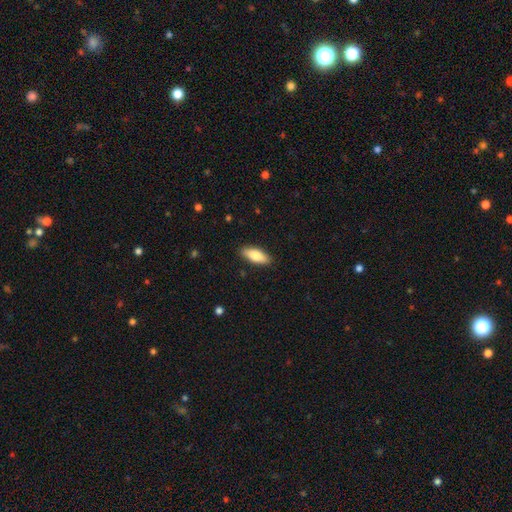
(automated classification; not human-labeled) This appears to be a smooth galaxy with no disk features (81%) that is in between round and cigar-shaped (75%). Merging: none (88%).